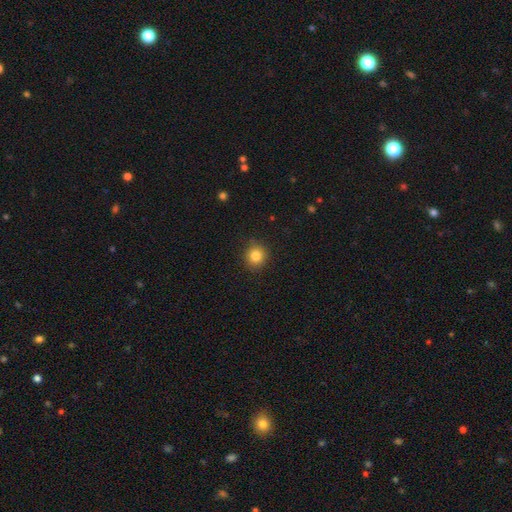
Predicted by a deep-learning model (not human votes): This is clearly a smooth galaxy (85%). How rounded: clearly round (88%). Merging: clearly none (87%).